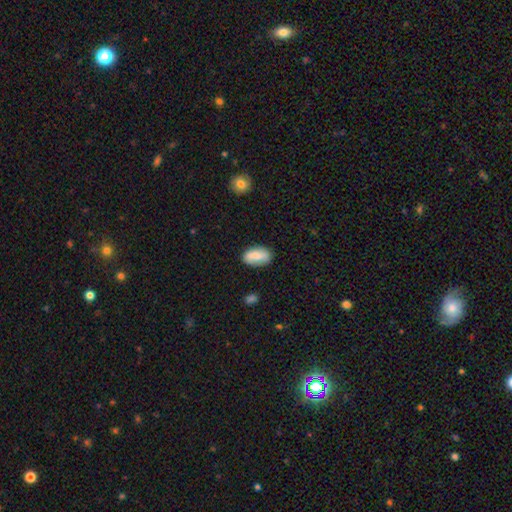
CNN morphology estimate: Smooth or featured? Predicted: smooth (p=0.78). How rounded? Predicted: in between (p=0.92). Merging? Predicted: none (p=0.78).